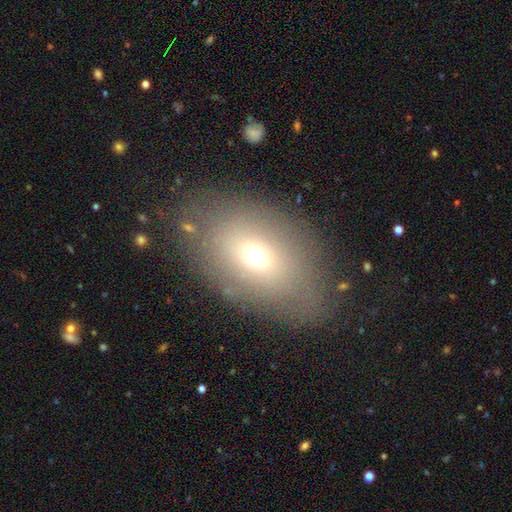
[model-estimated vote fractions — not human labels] Overall: smooth (64%). How rounded: in between (68%; round 30%). Merging: none (70%).